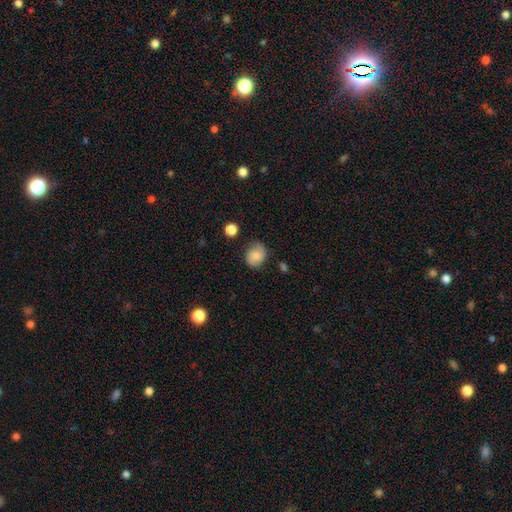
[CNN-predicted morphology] A smooth galaxy with no disk features (70%) that is round (66%).

Vote fractions:
- Smooth or featured? smooth: 70% / featured or disk: 21% / star or artifact: 10%
- How rounded? round: 66% / in between: 33% / cigar-shaped: 1%
- Merging? none: 70% / minor disturbance: 22% / major disturbance: 6% / merger: 2%